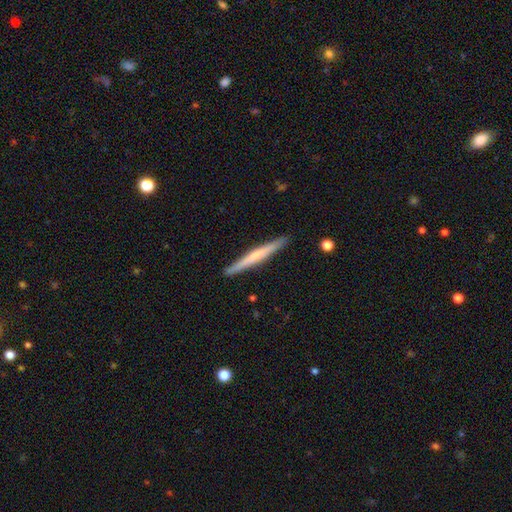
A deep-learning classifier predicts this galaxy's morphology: Smooth or featured?
  - featured or disk: 48% *
  - smooth: 47%
  - star or artifact: 5%
Merging?
  - none: 91% *
  - minor disturbance: 7%
  - major disturbance: 1%
  - merger: 1%